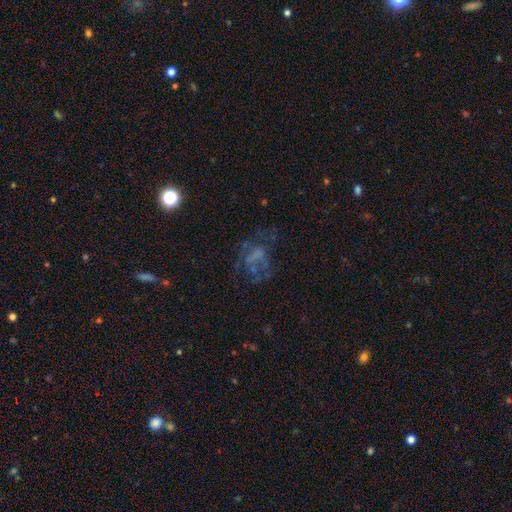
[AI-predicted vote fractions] Smooth or featured? Predicted: featured or disk (p=0.48). Merging? Predicted: none (p=0.42).